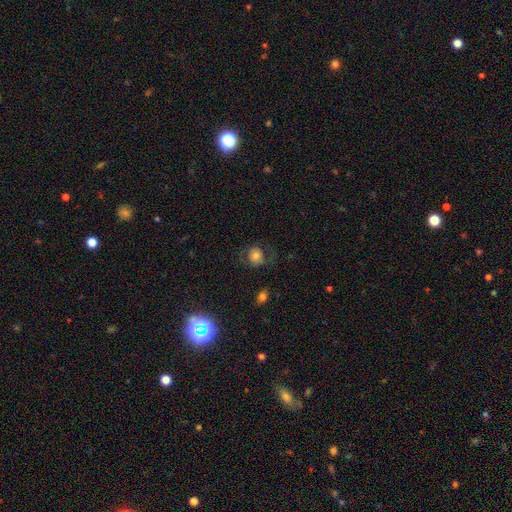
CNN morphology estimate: Smooth or featured? Predicted: smooth (p=0.55). How rounded? Predicted: round (p=0.76). Merging? Predicted: none (p=0.64).